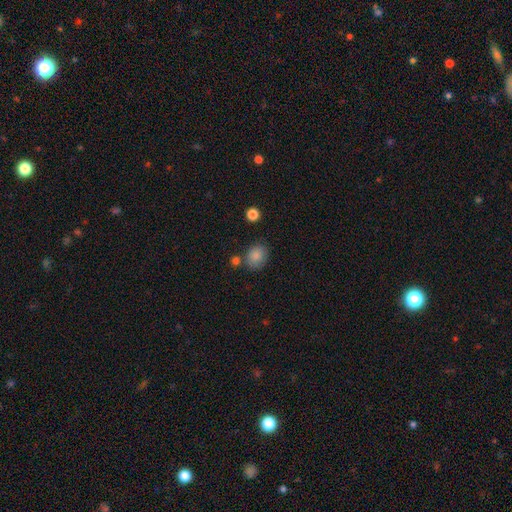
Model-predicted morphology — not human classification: A smooth galaxy with no disk features (86%) that is in between round and cigar-shaped (53%). Merging: none (72%).